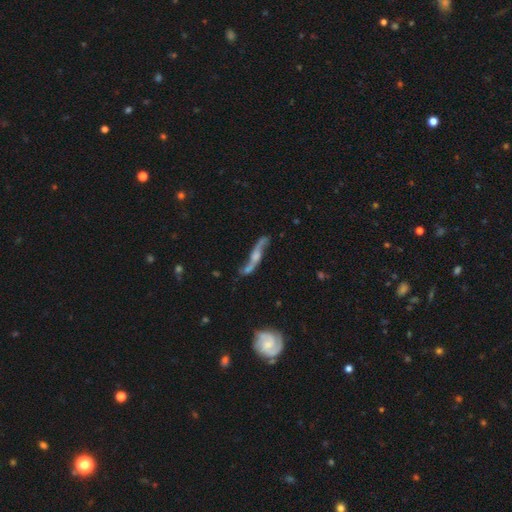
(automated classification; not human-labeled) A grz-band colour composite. It shows a featured or disk galaxy (76%). Merging: none (58%).